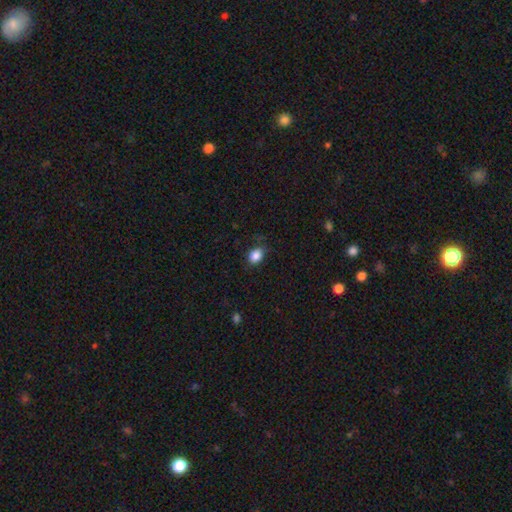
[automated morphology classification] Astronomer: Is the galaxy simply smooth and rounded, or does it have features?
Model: smooth — 86%.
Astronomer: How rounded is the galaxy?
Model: in between — 58% (runner-up: round, 41%).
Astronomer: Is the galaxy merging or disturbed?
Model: none — 77%.